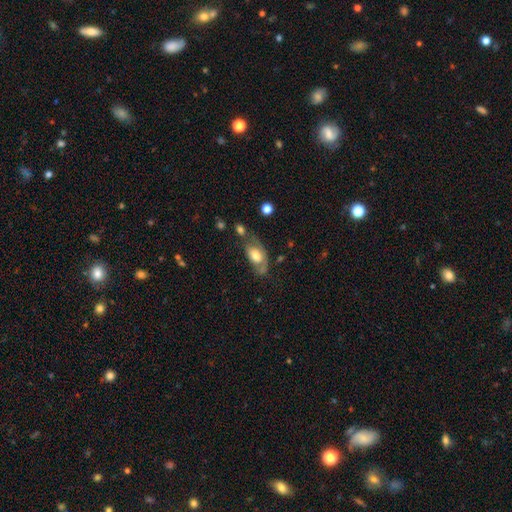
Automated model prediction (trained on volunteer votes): A smooth galaxy with no disk features (51%) that is in between round and cigar-shaped (89%). Merging: none (37%).